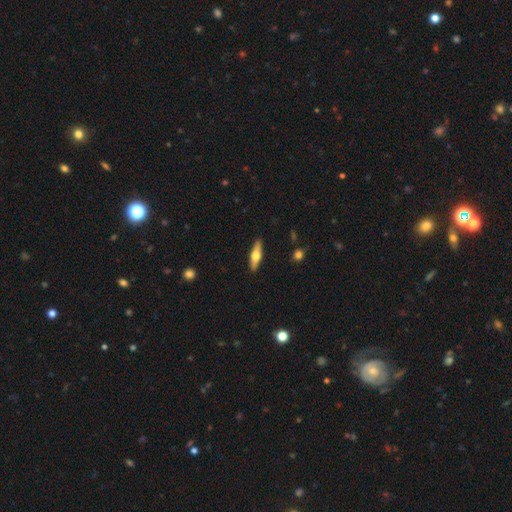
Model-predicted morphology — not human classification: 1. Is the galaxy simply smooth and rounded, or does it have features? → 56% featured or disk, 38% smooth, 6% star or artifact.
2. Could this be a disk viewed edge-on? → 94% yes, 6% no.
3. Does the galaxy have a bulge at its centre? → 95% rounded, 3% boxy, 2% none.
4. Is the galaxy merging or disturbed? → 90% none, 7% minor disturbance, 2% major disturbance, 1% merger.